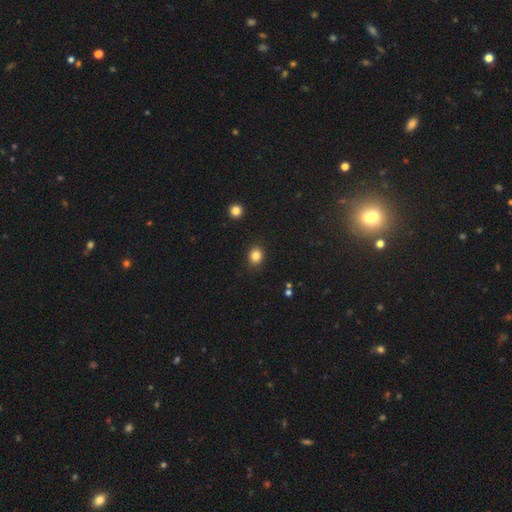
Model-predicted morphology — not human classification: smooth 84%, star or artifact 11%, featured or disk 5%. Down the decision tree: how rounded — round (71%); merging — none (89%).